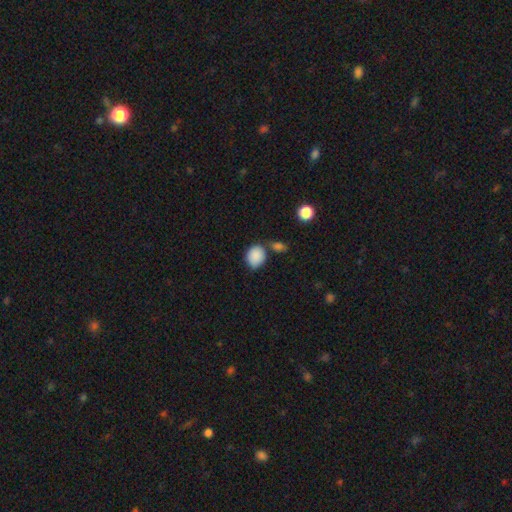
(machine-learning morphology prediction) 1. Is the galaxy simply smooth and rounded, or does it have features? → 88% smooth, 8% star or artifact, 4% featured or disk.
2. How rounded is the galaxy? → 55% round, 44% in between, 1% cigar-shaped.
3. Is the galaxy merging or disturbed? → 62% none, 18% minor disturbance, 14% merger, 5% major disturbance.